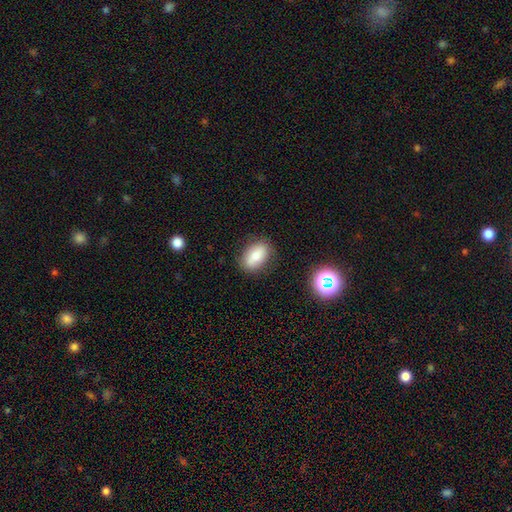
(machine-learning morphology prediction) Smooth or featured? smooth (78%)
How rounded? in between (87%)
Merging? none (83%)